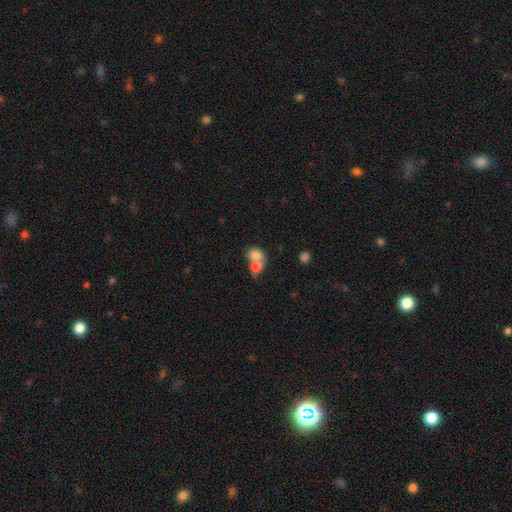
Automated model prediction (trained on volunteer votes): Q: Smooth or featured?
A: smooth (77%); runner-up: featured or disk (15%)
Q: How rounded?
A: round (51%); runner-up: in between (47%)
Q: Merging?
A: merger (74%); runner-up: none (18%)